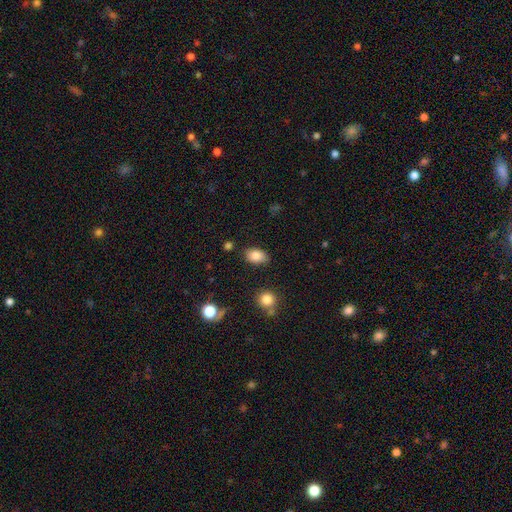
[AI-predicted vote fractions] Smooth or featured?
  - smooth: 83% *
  - star or artifact: 9%
  - featured or disk: 8%
How rounded?
  - in between: 88% *
  - round: 11%
  - cigar-shaped: 1%
Merging?
  - none: 83% *
  - minor disturbance: 12%
  - major disturbance: 3%
  - merger: 3%